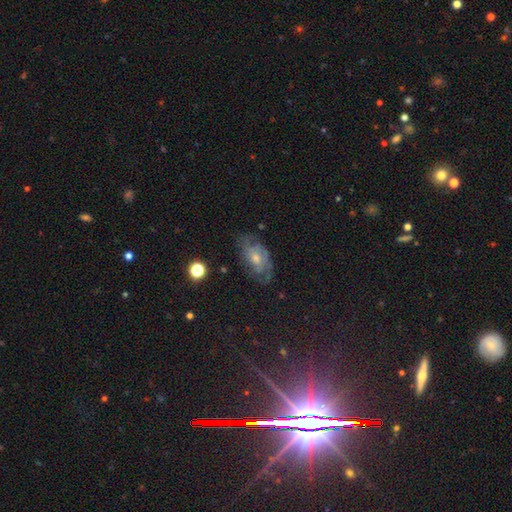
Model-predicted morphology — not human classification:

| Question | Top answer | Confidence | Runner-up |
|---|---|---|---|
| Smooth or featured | featured or disk | 61% | smooth (24%) |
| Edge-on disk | no | 93% | yes (7%) |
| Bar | no | 74% | weak (22%) |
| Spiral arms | yes | 80% | no (20%) |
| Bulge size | moderate | 57% | small (35%) |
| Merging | none | 67% | minor disturbance (22%) |